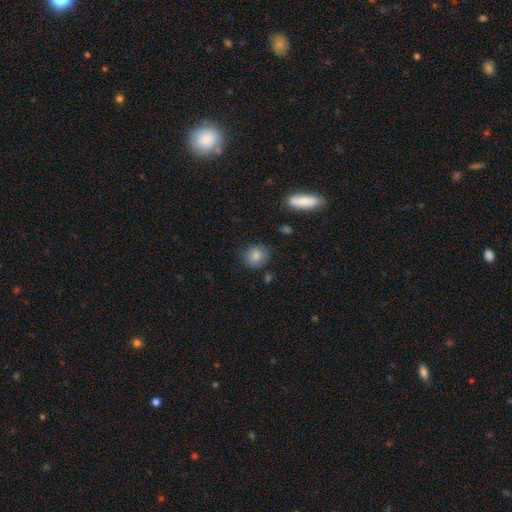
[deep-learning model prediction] Morphology: type=smooth (83%); roundness=round (74%); merging=none (80%).